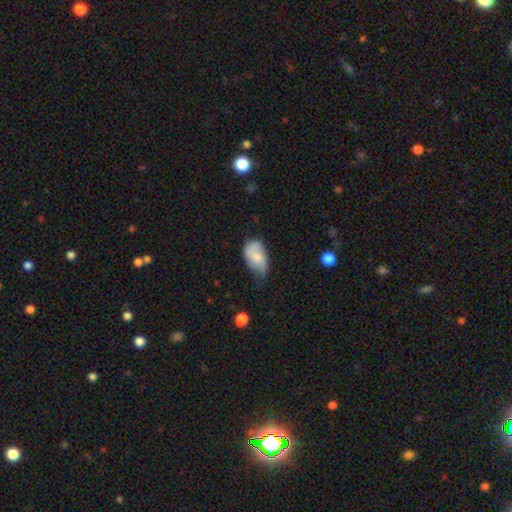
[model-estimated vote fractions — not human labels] Morphology: type=smooth (67%); roundness=in between (90%); merging=minor disturbance (46%).